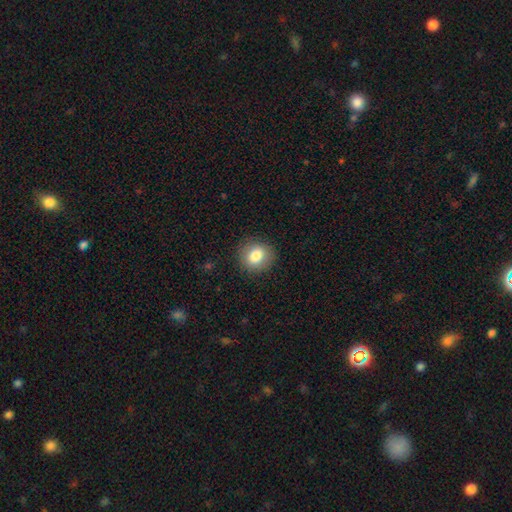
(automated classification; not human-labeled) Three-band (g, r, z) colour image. It shows a smooth galaxy with no disk features (82%) that is round (79%). Merging: none (88%).